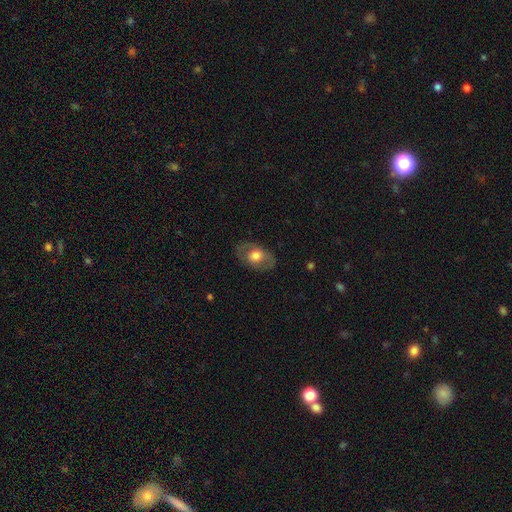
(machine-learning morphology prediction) Overall: smooth (54%; featured or disk 39%). How rounded: in between (81%). Merging: none (77%).